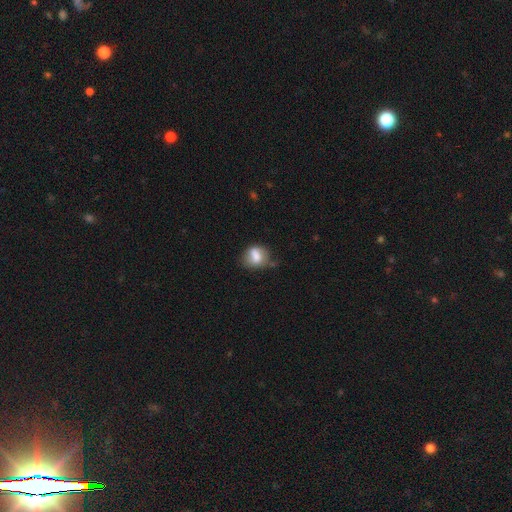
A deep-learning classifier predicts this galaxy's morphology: smooth 73%, featured or disk 18%, star or artifact 9%. Down the decision tree: how rounded — in between (51%); merging — none (47%).